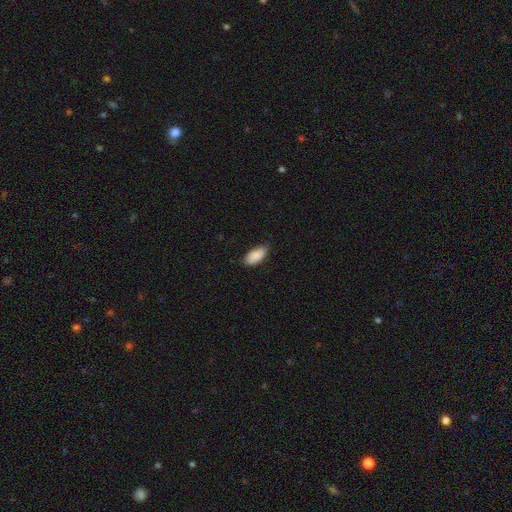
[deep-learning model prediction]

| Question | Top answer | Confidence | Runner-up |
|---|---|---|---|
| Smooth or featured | smooth | 89% | star or artifact (6%) |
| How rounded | in between | 92% | cigar-shaped (6%) |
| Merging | none | 71% | minor disturbance (25%) |